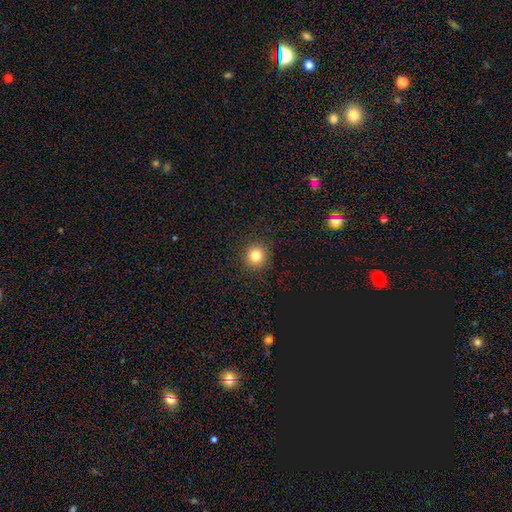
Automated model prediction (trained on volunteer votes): A smooth galaxy with no disk features (81%) that is round (95%). Merging: none (93%).